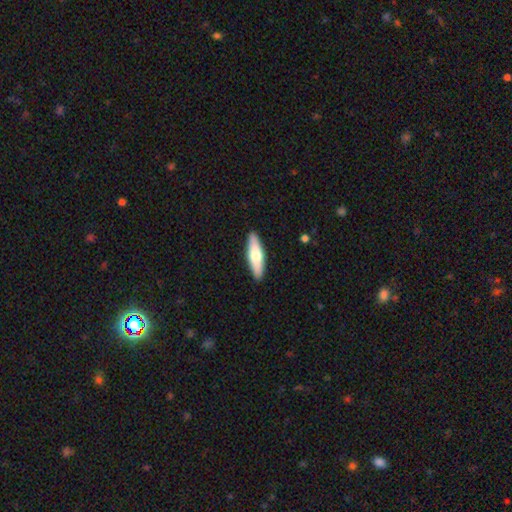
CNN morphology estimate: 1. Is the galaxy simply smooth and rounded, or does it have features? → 62% smooth, 33% featured or disk, 5% star or artifact.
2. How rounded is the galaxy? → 64% cigar-shaped, 34% in between, 2% round.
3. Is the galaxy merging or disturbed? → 91% none, 7% minor disturbance, 1% major disturbance, 1% merger.